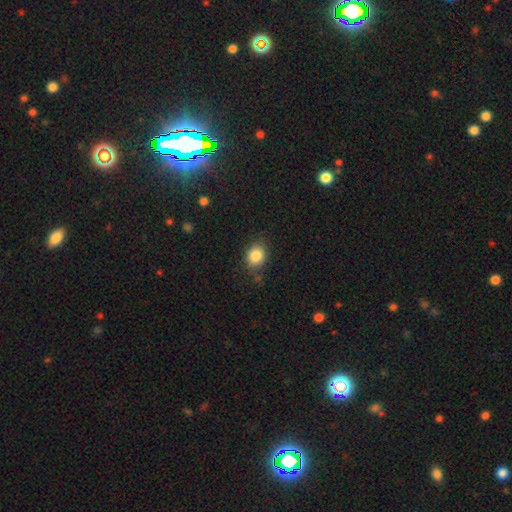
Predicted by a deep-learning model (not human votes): Smooth or featured?
  - smooth: 85% *
  - star or artifact: 9%
  - featured or disk: 6%
How rounded?
  - round: 53% *
  - in between: 46%
  - cigar-shaped: 1%
Merging?
  - none: 81% *
  - minor disturbance: 13%
  - major disturbance: 3%
  - merger: 3%